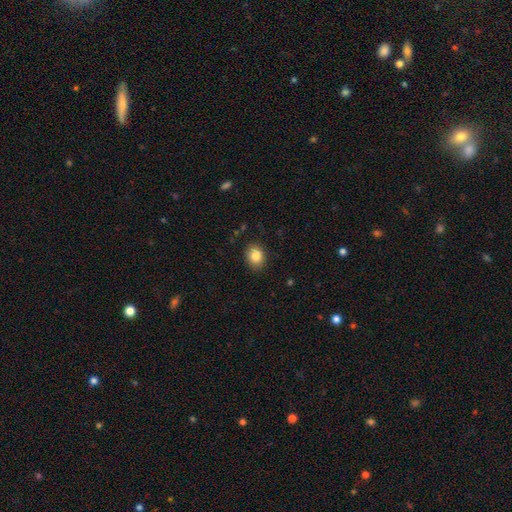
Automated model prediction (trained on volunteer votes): Smooth or featured: smooth — 84% (star or artifact — 9%)
How rounded: in between — 50% (round — 49%)
Merging: none — 88% (minor disturbance — 9%)